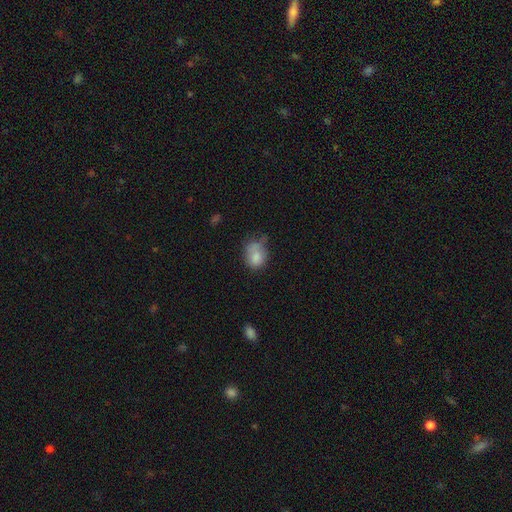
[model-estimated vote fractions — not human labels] Smooth or featured?
  - smooth: 78% *
  - featured or disk: 13%
  - star or artifact: 9%
How rounded?
  - in between: 54% *
  - round: 45%
  - cigar-shaped: 1%
Merging?
  - none: 35% *
  - minor disturbance: 31%
  - major disturbance: 18%
  - merger: 16%